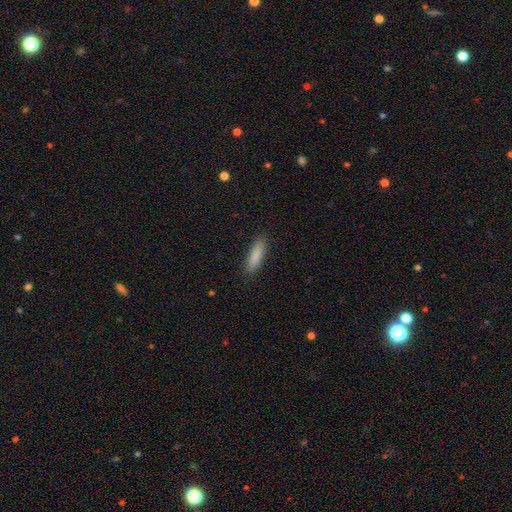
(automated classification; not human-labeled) Smooth or featured: smooth — 86% (featured or disk — 8%)
How rounded: cigar-shaped — 75% (in between — 23%)
Merging: none — 89% (minor disturbance — 8%)